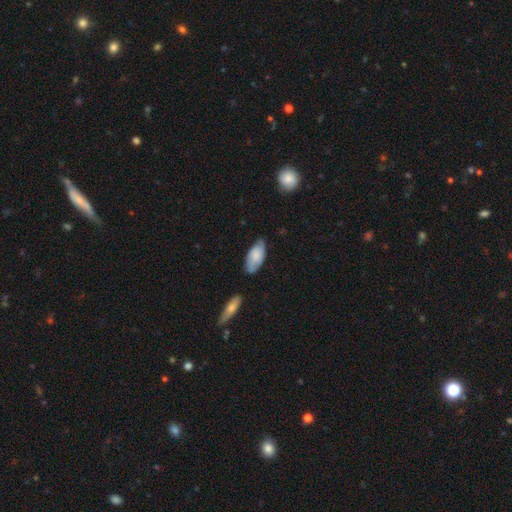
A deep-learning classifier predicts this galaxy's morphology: smooth_or_featured: smooth (p=0.70) [alt: featured or disk p=0.24]
how_rounded: in between (p=0.91) [alt: cigar-shaped p=0.06]
merging: none (p=0.62) [alt: minor disturbance p=0.29]